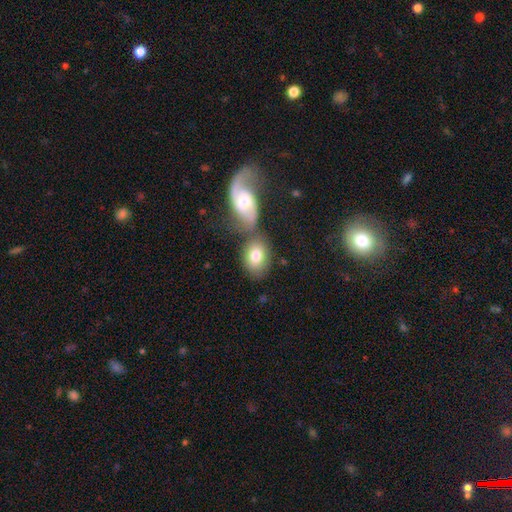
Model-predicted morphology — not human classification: This appears to be a smooth galaxy with no disk features (75%) that is in between round and cigar-shaped (79%). Merging: none (49%).